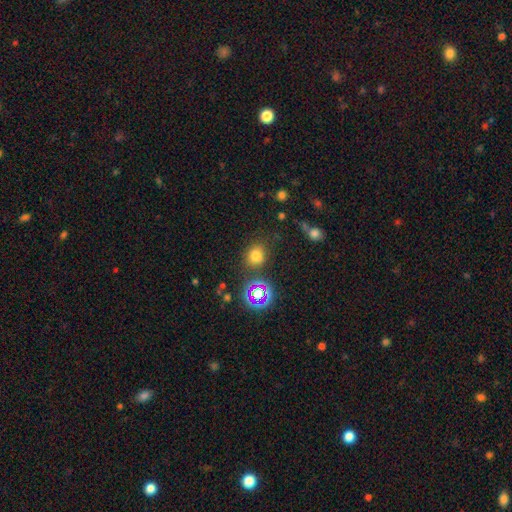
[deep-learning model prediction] Overall: smooth (69%). How rounded: round (72%). Merging: none (75%).